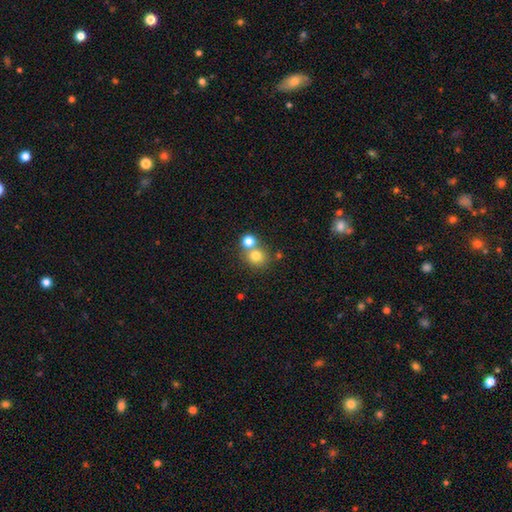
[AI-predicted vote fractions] Overall: smooth (76%). How rounded: round (85%). Merging: none (50%; merger 41%).